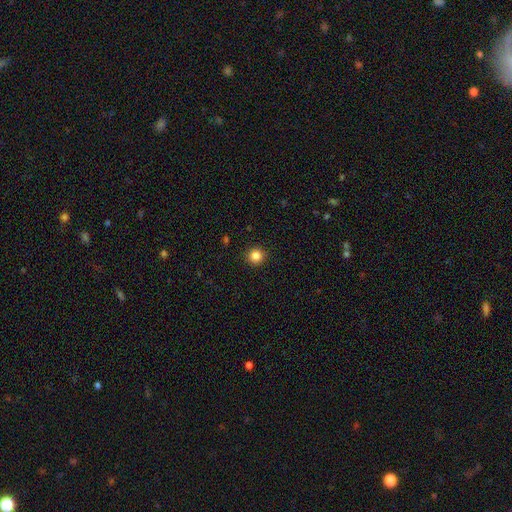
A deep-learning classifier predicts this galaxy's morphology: smooth_or_featured: smooth (p=0.84) [alt: star or artifact p=0.11]
how_rounded: round (p=0.94) [alt: in between p=0.05]
merging: none (p=0.92) [alt: minor disturbance p=0.05]